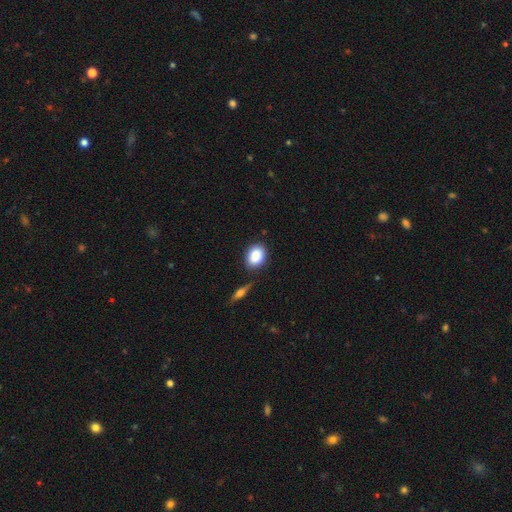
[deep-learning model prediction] smooth-or-featured: smooth: 87% | star or artifact: 8% | featured or disk: 6%
  how-rounded: in between: 63% | round: 35% | cigar-shaped: 2%
  merging: none: 76% | minor disturbance: 14% | merger: 6% | major disturbance: 3%